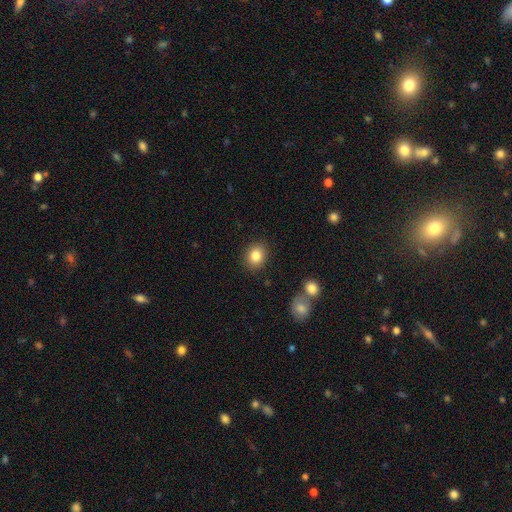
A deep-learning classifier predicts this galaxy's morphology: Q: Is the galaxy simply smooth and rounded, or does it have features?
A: smooth — 84%.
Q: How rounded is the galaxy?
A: round — 61%.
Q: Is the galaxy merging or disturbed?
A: none — 88%.